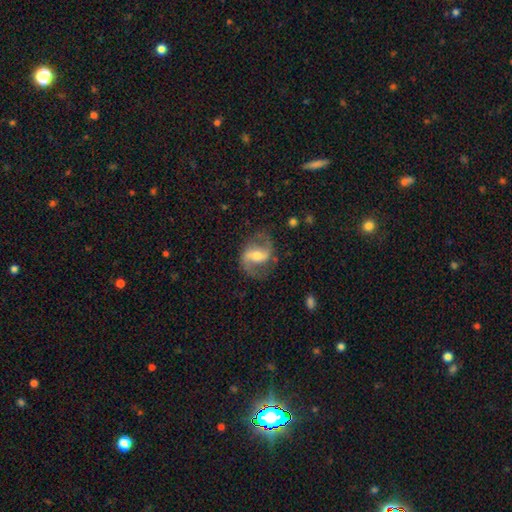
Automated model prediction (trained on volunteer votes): A featured or disk galaxy (83%) with a weak bar (43%), 2 (91%) medium (47%) spiral arms (94%) and a moderate central bulge (59%). Merging: none (76%).